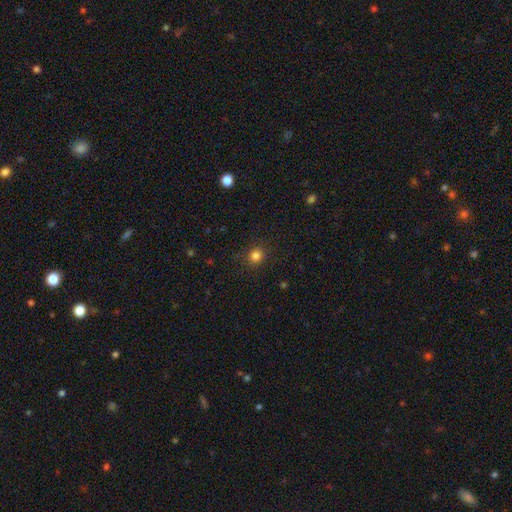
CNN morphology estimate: smooth-or-featured: smooth: 82% | star or artifact: 13% | featured or disk: 5%
  how-rounded: round: 80% | in between: 19% | cigar-shaped: 1%
  merging: none: 89% | minor disturbance: 7% | major disturbance: 3% | merger: 1%